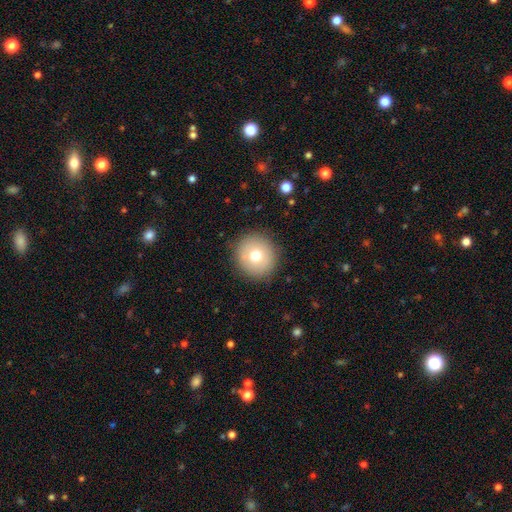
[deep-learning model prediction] Smooth or featured? smooth (71%)
How rounded? round (91%)
Merging? none (89%)